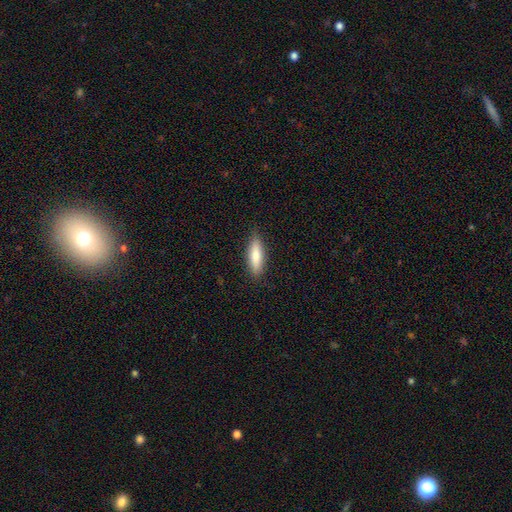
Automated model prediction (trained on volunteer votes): This is likely a smooth galaxy (79%). How rounded: possibly cigar-shaped (55%). Merging: clearly none (87%).